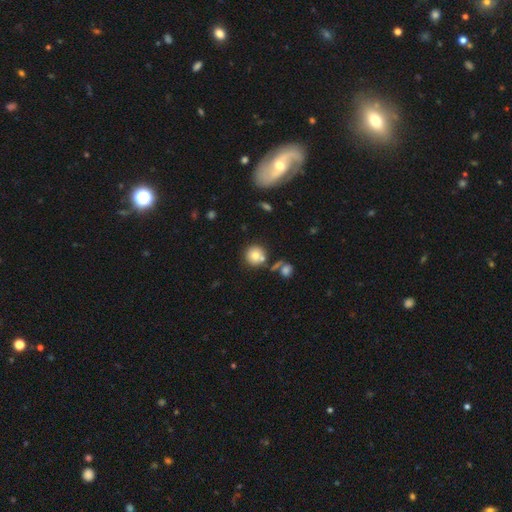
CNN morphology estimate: smooth_or_featured: smooth (p=0.78) [alt: star or artifact p=0.11]
how_rounded: round (p=0.91) [alt: in between p=0.08]
merging: none (p=0.68) [alt: merger p=0.16]